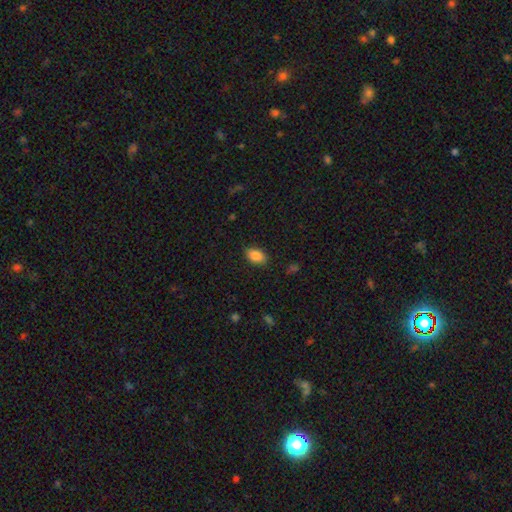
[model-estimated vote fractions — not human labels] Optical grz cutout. It shows a smooth galaxy with no disk features (86%) that is in between round and cigar-shaped (89%). Merging: none (85%).